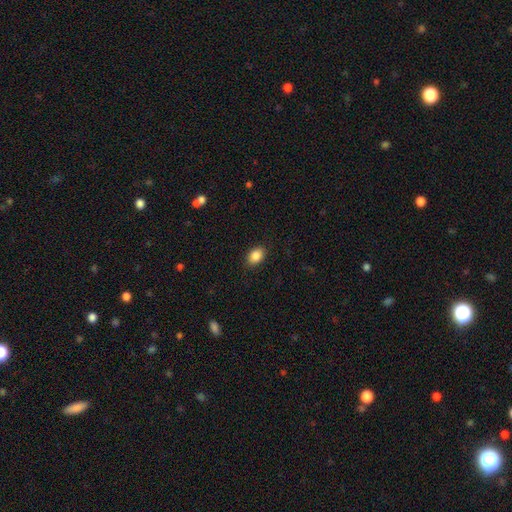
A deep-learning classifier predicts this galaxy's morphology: Smooth or featured? smooth (88%)
How rounded? in between (78%)
Merging? none (88%)